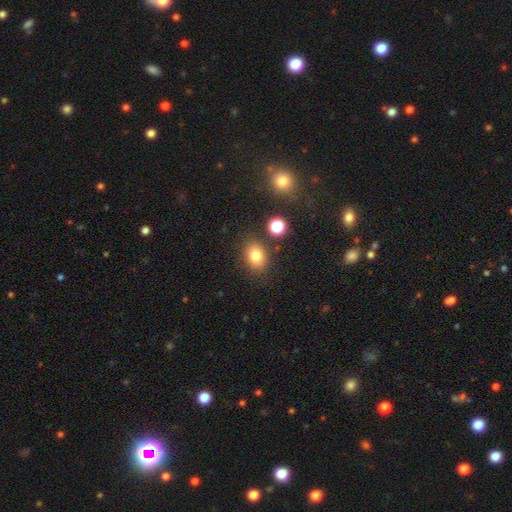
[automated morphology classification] A smooth galaxy with no disk features (80%) that is in between round and cigar-shaped (62%).

Vote fractions:
- Smooth or featured? smooth: 80% / star or artifact: 12% / featured or disk: 8%
- How rounded? in between: 62% / round: 37% / cigar-shaped: 1%
- Merging? none: 82% / minor disturbance: 11% / merger: 5% / major disturbance: 3%